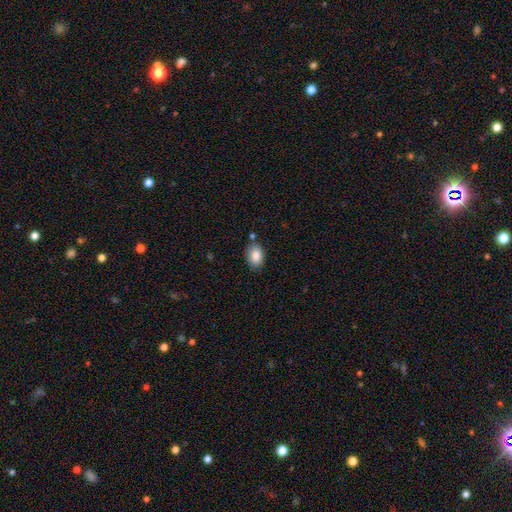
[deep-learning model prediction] Morphology: type=smooth (87%); roundness=in between (82%); merging=none (78%).